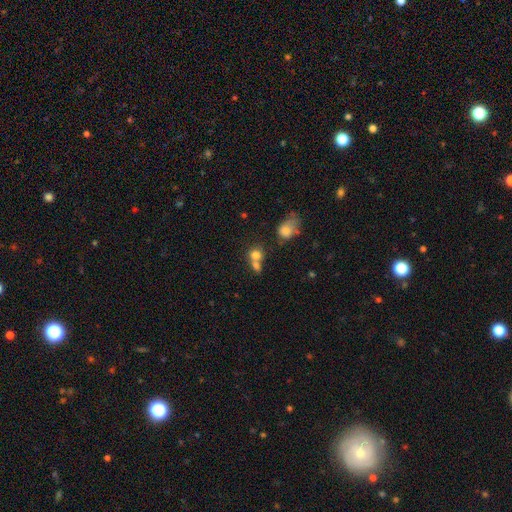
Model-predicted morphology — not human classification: Overall: smooth (75%). How rounded: round (64%; in between 34%). Merging: merger (54%; none 32%).